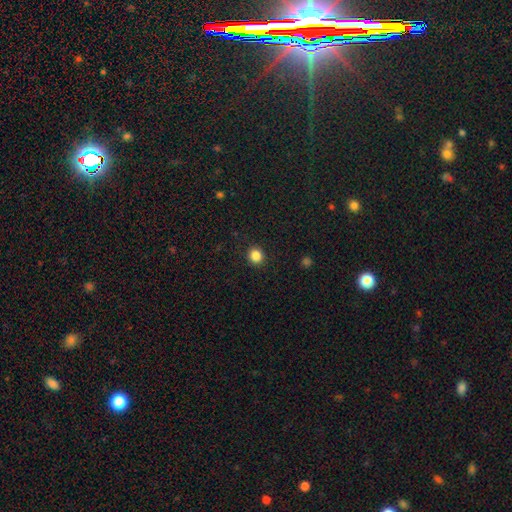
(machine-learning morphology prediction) smooth-or-featured: smooth: 86% | star or artifact: 11% | featured or disk: 3%
  how-rounded: round: 87% | in between: 12% | cigar-shaped: 1%
  merging: none: 92% | minor disturbance: 6% | major disturbance: 2% | merger: 1%